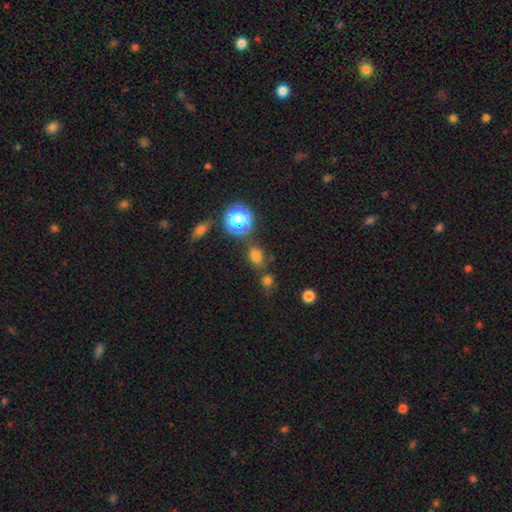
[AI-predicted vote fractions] smooth-or-featured: smooth: 69% | star or artifact: 25% | featured or disk: 6%
  how-rounded: in between: 53% | round: 45% | cigar-shaped: 2%
  merging: none: 72% | minor disturbance: 13% | merger: 10% | major disturbance: 5%